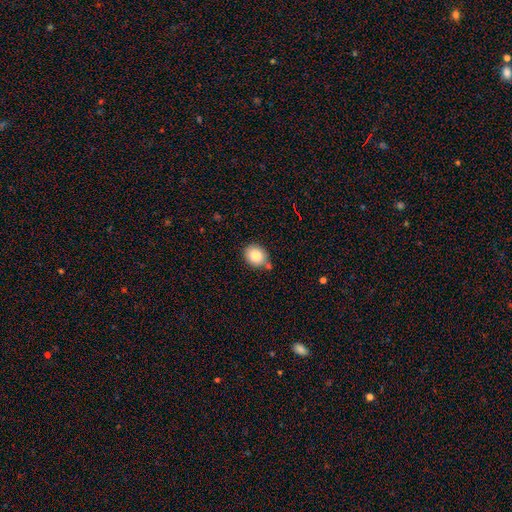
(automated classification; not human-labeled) This is likely a smooth galaxy (80%). How rounded: likely round (63%). Merging: likely none (76%).